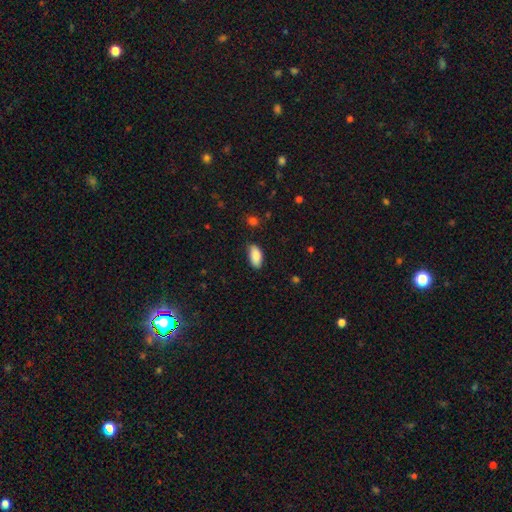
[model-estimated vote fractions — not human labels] Smooth or featured? Predicted: smooth (p=0.89). How rounded? Predicted: in between (p=0.92). Merging? Predicted: none (p=0.81).